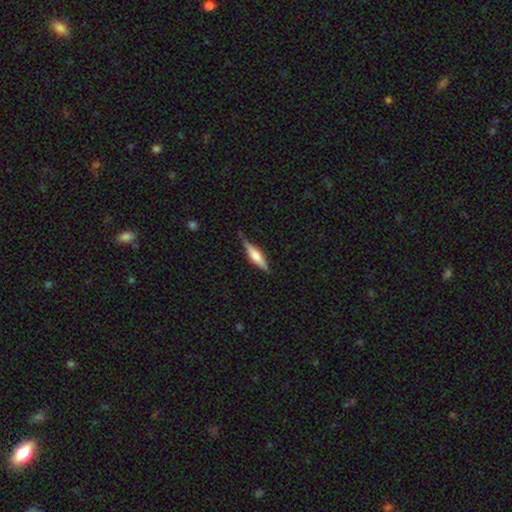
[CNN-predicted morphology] smooth-or-featured: featured or disk: 49% | smooth: 45% | star or artifact: 6%
  merging: none: 79% | minor disturbance: 16% | major disturbance: 3% | merger: 2%